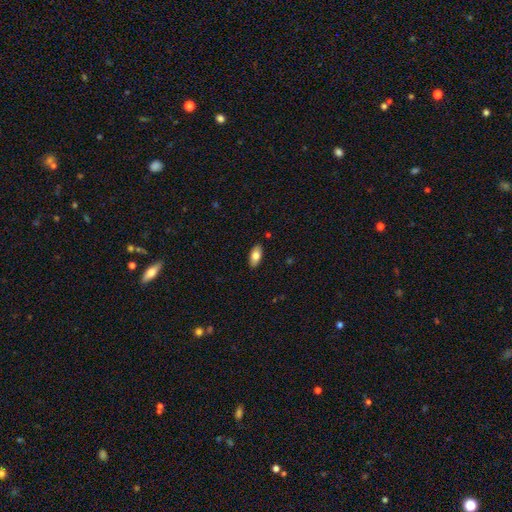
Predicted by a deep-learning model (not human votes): A smooth galaxy with no disk features (79%) that is in between round and cigar-shaped (91%).

Vote fractions:
- Smooth or featured? smooth: 79% / featured or disk: 14% / star or artifact: 7%
- How rounded? in between: 91% / cigar-shaped: 6% / round: 3%
- Merging? none: 88% / minor disturbance: 9% / major disturbance: 2% / merger: 1%